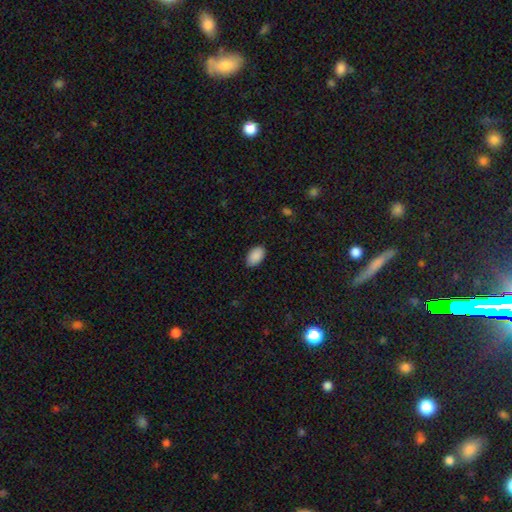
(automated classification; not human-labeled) smooth_or_featured: smooth (p=0.90) [alt: star or artifact p=0.07]
how_rounded: in between (p=0.94) [alt: round p=0.05]
merging: none (p=0.87) [alt: minor disturbance p=0.10]